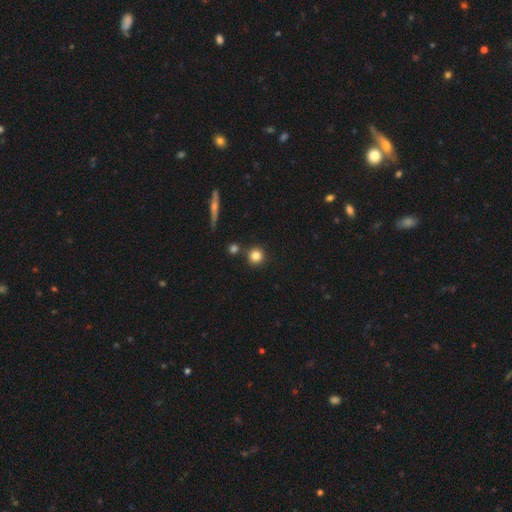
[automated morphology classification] Smooth or featured?
  - smooth: 82% *
  - star or artifact: 11%
  - featured or disk: 7%
How rounded?
  - round: 93% *
  - in between: 5%
  - cigar-shaped: 1%
Merging?
  - none: 81% *
  - merger: 9%
  - minor disturbance: 8%
  - major disturbance: 2%